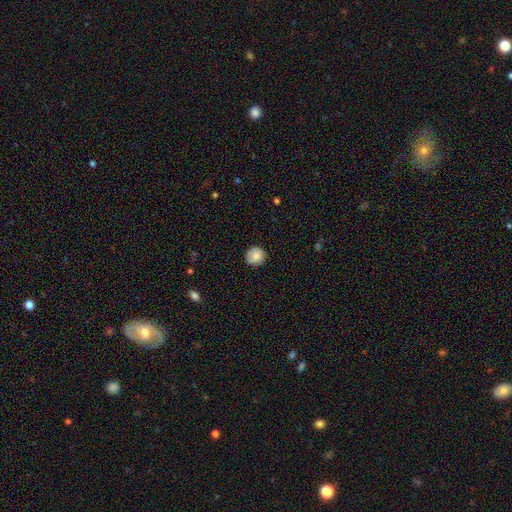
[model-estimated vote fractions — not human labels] Smooth or featured? Predicted: smooth (p=0.82). How rounded? Predicted: round (p=0.90). Merging? Predicted: none (p=0.84).